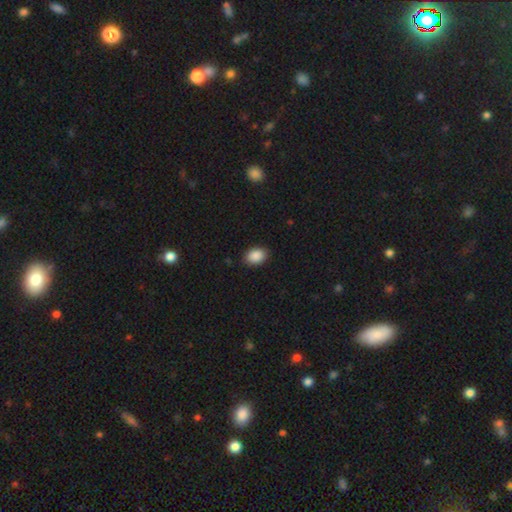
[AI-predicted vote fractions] smooth_or_featured: smooth (p=0.89) [alt: star or artifact p=0.07]
how_rounded: in between (p=0.79) [alt: round p=0.20]
merging: none (p=0.86) [alt: minor disturbance p=0.11]